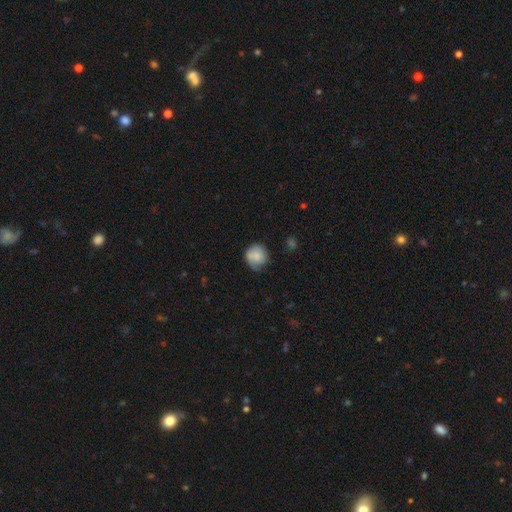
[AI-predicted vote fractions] smooth 78%, featured or disk 15%, star or artifact 7%. Down the decision tree: how rounded — round (88%); merging — none (64%).